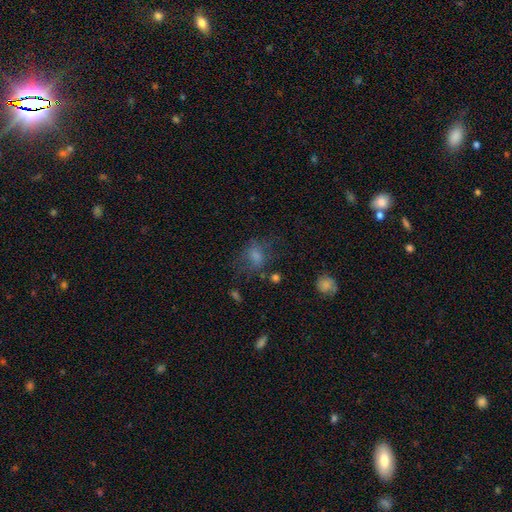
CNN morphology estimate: A smooth galaxy with no disk features (62%) that is in between round and cigar-shaped (56%).

Vote fractions:
- Smooth or featured? smooth: 62% / featured or disk: 21% / star or artifact: 16%
- How rounded? in between: 56% / round: 42% / cigar-shaped: 2%
- Merging? none: 50% / major disturbance: 25% / minor disturbance: 22% / merger: 4%